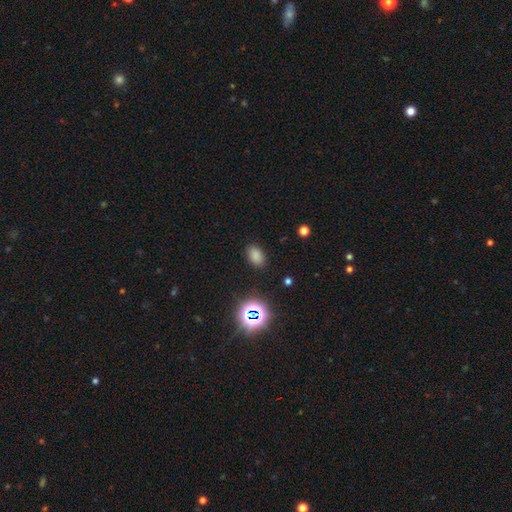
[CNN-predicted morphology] smooth-or-featured: smooth: 77% | star or artifact: 18% | featured or disk: 5%
  how-rounded: in between: 86% | round: 13% | cigar-shaped: 1%
  merging: none: 86% | minor disturbance: 9% | major disturbance: 3% | merger: 1%